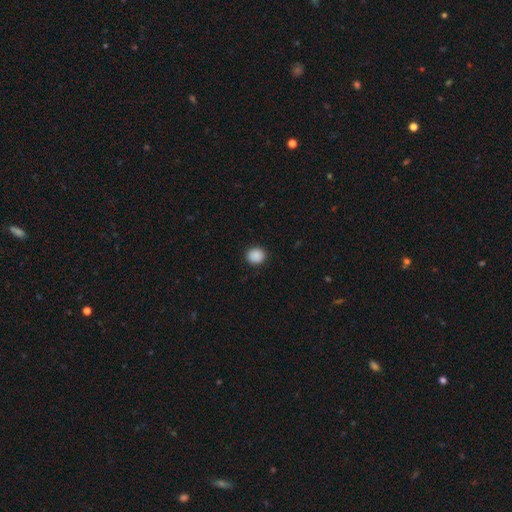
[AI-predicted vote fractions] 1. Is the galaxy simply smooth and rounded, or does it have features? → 89% smooth, 8% star or artifact, 2% featured or disk.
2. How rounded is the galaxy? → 78% round, 21% in between, 1% cigar-shaped.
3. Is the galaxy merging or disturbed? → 90% none, 7% minor disturbance, 2% major disturbance, 1% merger.